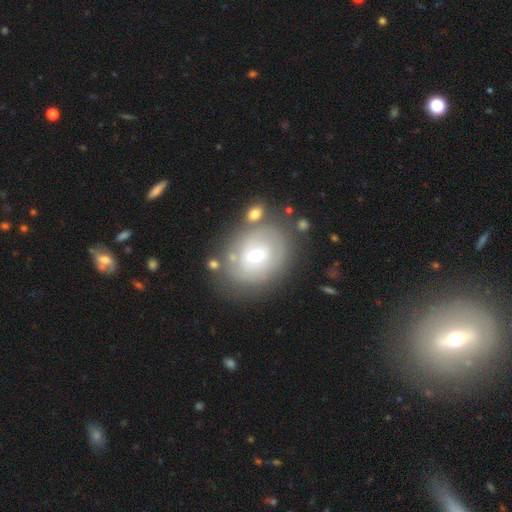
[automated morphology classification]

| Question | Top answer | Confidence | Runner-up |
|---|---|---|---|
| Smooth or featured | featured or disk | 51% | smooth (40%) |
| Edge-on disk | no | 95% | yes (5%) |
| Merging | none | 68% | minor disturbance (17%) |